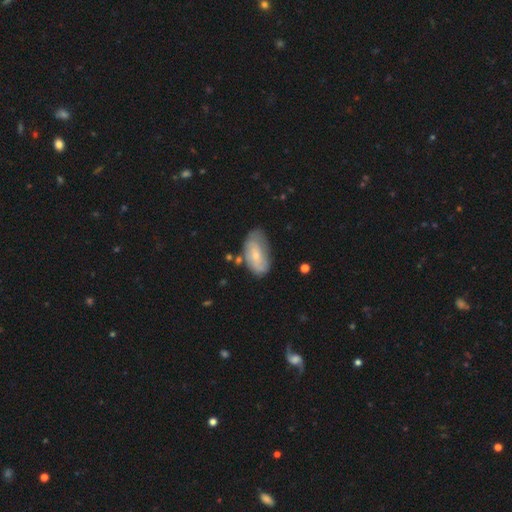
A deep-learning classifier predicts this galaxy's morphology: type=featured or disk (47%, tied with smooth); merging=none (53%).